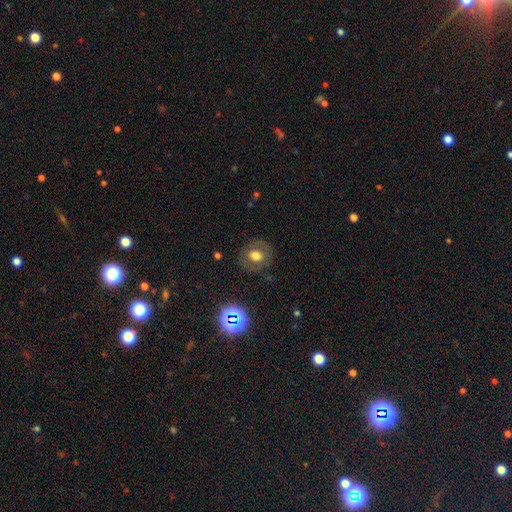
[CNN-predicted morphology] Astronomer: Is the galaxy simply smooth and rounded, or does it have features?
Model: smooth — 58%.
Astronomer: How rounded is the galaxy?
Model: round — 67%.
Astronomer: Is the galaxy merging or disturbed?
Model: none — 82%.